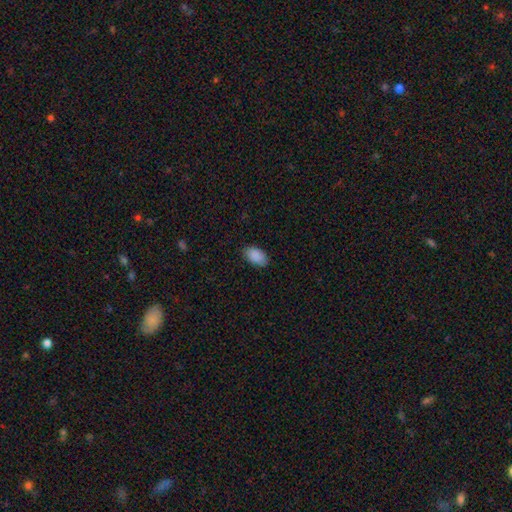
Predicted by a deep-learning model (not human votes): This appears to be a smooth galaxy with no disk features (90%) that is in between round and cigar-shaped (93%). Merging: none (85%).